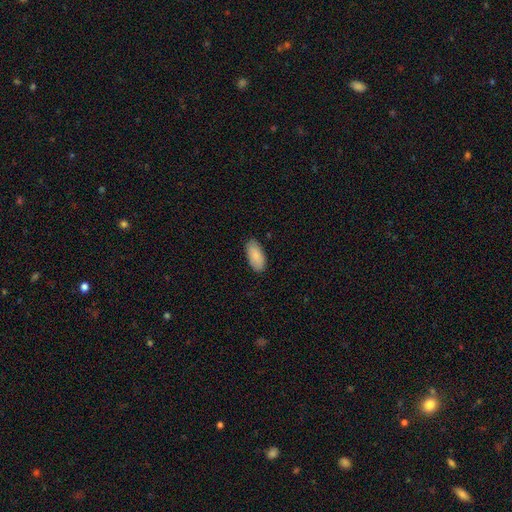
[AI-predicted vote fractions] Smooth or featured? Predicted: smooth (p=0.86). How rounded? Predicted: in between (p=0.93). Merging? Predicted: none (p=0.86).